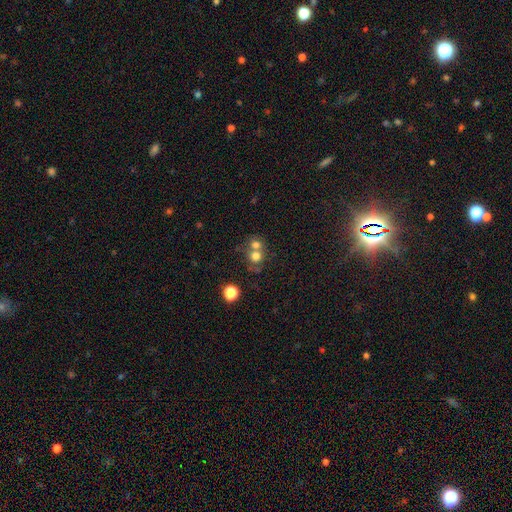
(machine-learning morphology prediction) The model was most divided on "merging": merger: 53%, none: 36%, minor disturbance: 7%, major disturbance: 4%. More confident: how rounded — round (80%); smooth or featured — smooth (71%).